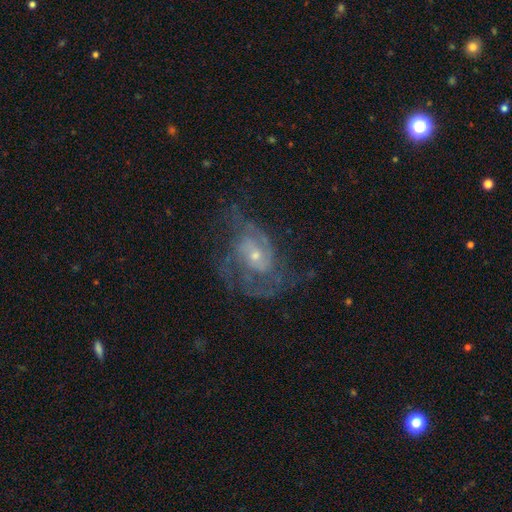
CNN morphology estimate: Smooth or featured? Predicted: featured or disk (p=0.83). Edge-on disk? Predicted: no (p=0.97). Bar? Predicted: no (p=0.54). Spiral arms? Predicted: yes (p=0.93). Spiral winding? Predicted: medium (p=0.49). Spiral arm count? Predicted: 2 (p=0.42). Bulge size? Predicted: small (p=0.65). Merging? Predicted: none (p=0.62).